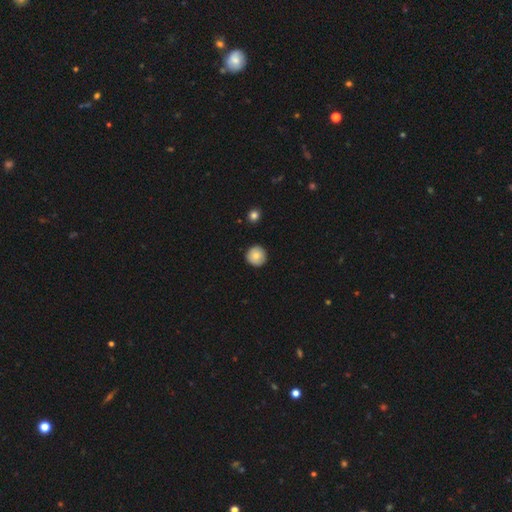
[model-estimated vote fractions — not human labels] smooth 81%, featured or disk 12%, star or artifact 8%. Down the decision tree: how rounded — round (95%); merging — none (91%).